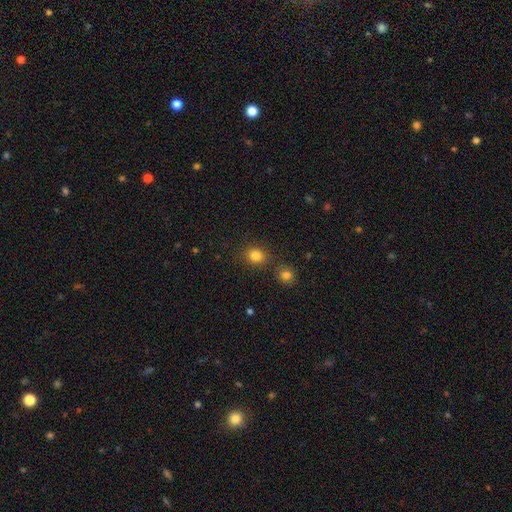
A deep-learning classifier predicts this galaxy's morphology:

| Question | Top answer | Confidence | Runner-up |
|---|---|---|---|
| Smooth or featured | smooth | 82% | star or artifact (12%) |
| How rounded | round | 70% | in between (29%) |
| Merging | none | 79% | minor disturbance (10%) |